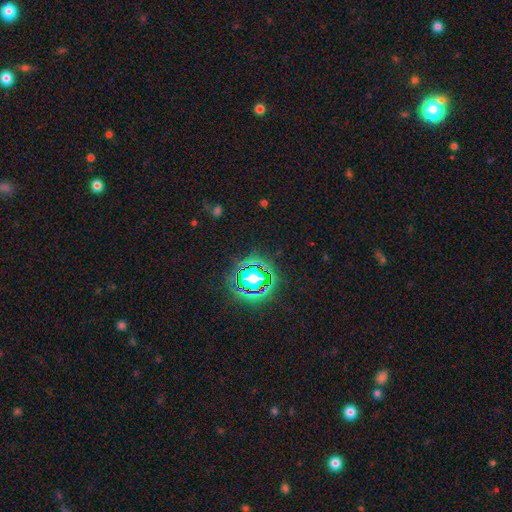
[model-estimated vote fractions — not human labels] smooth-or-featured: star or artifact: 83% | smooth: 11% | featured or disk: 7%